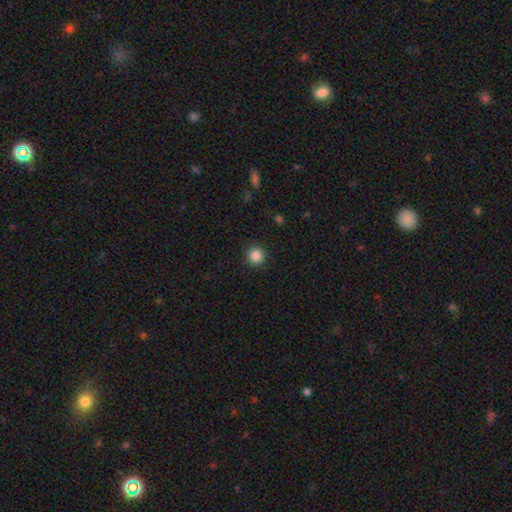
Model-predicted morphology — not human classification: smooth-or-featured: smooth: 87% | star or artifact: 10% | featured or disk: 3%
  how-rounded: round: 95% | in between: 4% | cigar-shaped: 1%
  merging: none: 91% | minor disturbance: 6% | major disturbance: 2% | merger: 1%